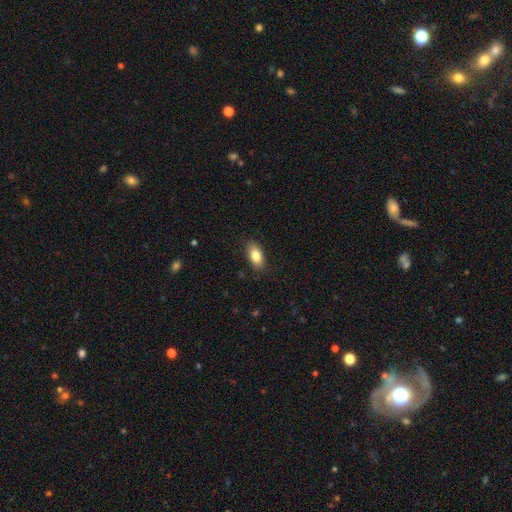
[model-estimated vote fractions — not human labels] smooth-or-featured: smooth: 83% | featured or disk: 10% | star or artifact: 7%
  how-rounded: in between: 89% | cigar-shaped: 6% | round: 5%
  merging: none: 86% | minor disturbance: 10% | major disturbance: 2% | merger: 1%